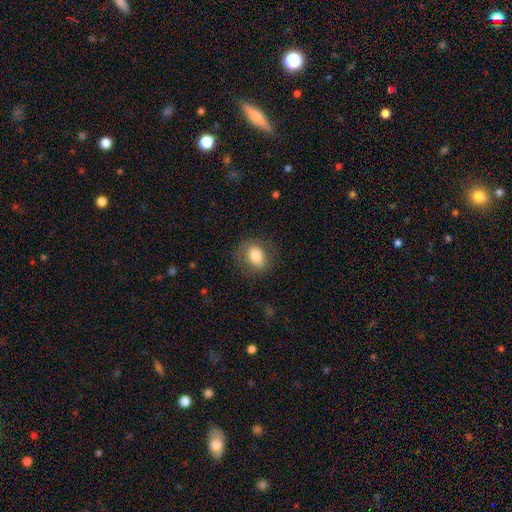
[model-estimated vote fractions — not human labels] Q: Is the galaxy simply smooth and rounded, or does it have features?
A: smooth — 71%.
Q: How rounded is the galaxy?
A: in between — 62%.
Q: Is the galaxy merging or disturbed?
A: none — 74%.